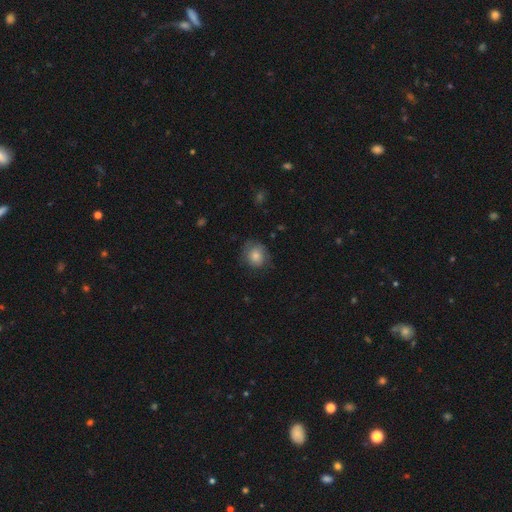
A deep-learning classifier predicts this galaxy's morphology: Overall: smooth (75%). How rounded: round (77%). Merging: none (66%).